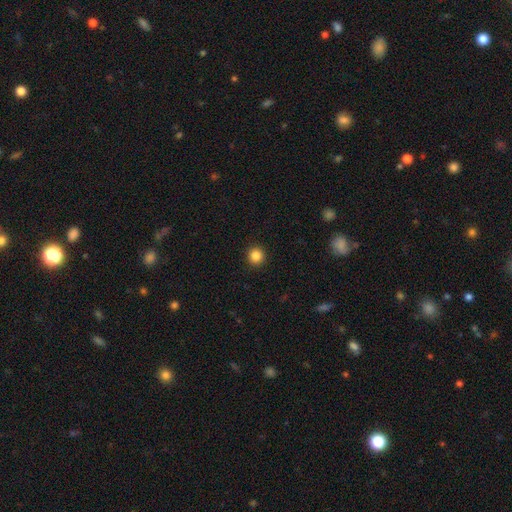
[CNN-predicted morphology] Smooth or featured?
  - smooth: 86% *
  - star or artifact: 11%
  - featured or disk: 3%
How rounded?
  - round: 94% *
  - in between: 5%
  - cigar-shaped: 1%
Merging?
  - none: 93% *
  - minor disturbance: 5%
  - major disturbance: 2%
  - merger: 1%